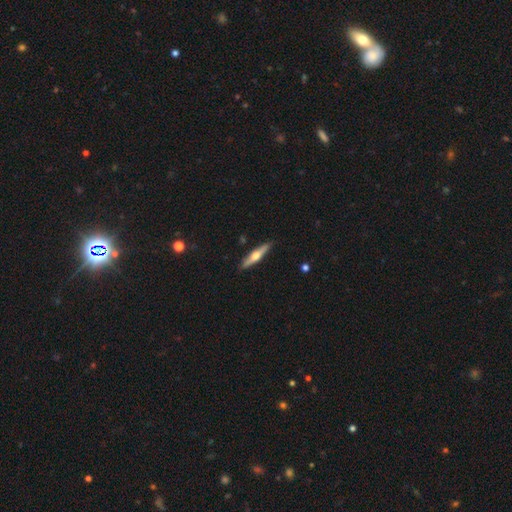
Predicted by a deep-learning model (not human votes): smooth_or_featured: featured or disk (p=0.59) [alt: smooth p=0.36]
disk_edge_on: yes (p=0.95) [alt: no p=0.05]
edge_on_bulge: rounded (p=0.93) [alt: none p=0.04]
merging: none (p=0.90) [alt: minor disturbance p=0.08]